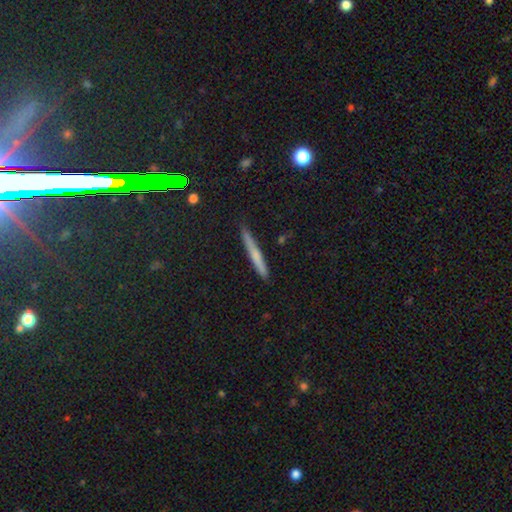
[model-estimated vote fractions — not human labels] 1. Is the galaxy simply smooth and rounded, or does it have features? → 58% smooth, 33% featured or disk, 9% star or artifact.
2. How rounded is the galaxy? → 95% cigar-shaped, 3% in between, 2% round.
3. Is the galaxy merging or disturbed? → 89% none, 8% minor disturbance, 2% major disturbance, 1% merger.